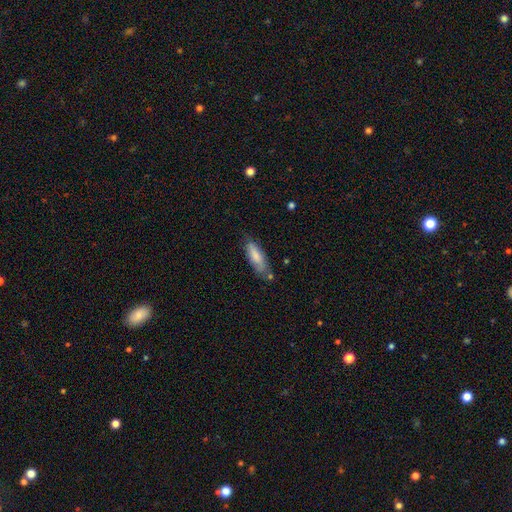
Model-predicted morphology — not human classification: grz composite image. It shows a smooth galaxy with no disk features (77%) that is in between round and cigar-shaped (56%). Merging: none (64%).